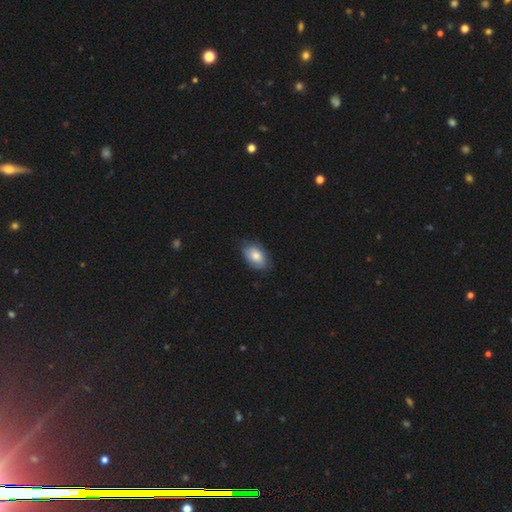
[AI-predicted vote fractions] Overall: smooth (81%). How rounded: in between (90%). Merging: none (78%).